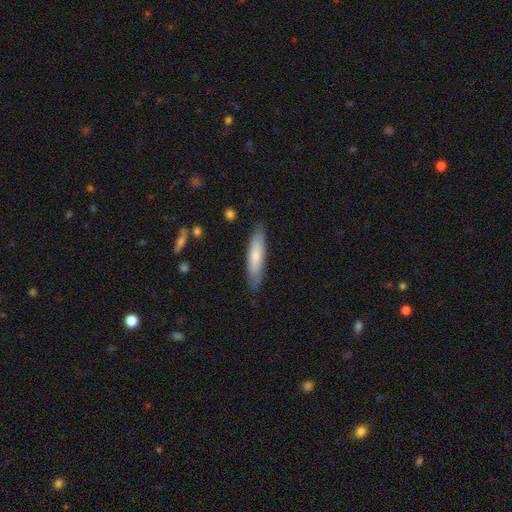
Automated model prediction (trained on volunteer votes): A smooth galaxy with no disk features (69%) that is cigar-shaped (74%).

Vote fractions:
- Smooth or featured? smooth: 69% / featured or disk: 25% / star or artifact: 5%
- How rounded? cigar-shaped: 74% / in between: 24% / round: 1%
- Merging? none: 84% / minor disturbance: 13% / major disturbance: 2% / merger: 1%